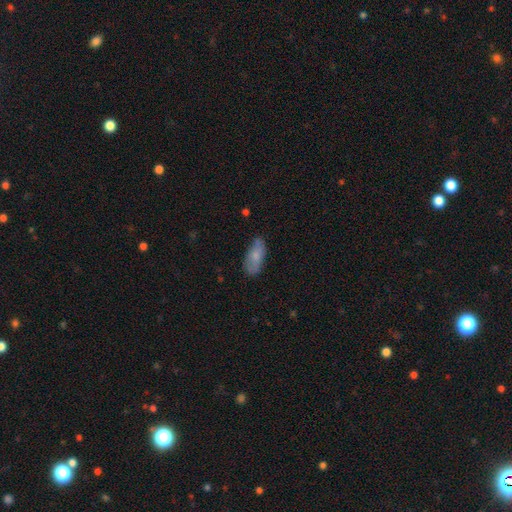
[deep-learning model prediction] Smooth or featured? Predicted: smooth (p=0.74). How rounded? Predicted: in between (p=0.84). Merging? Predicted: none (p=0.66).